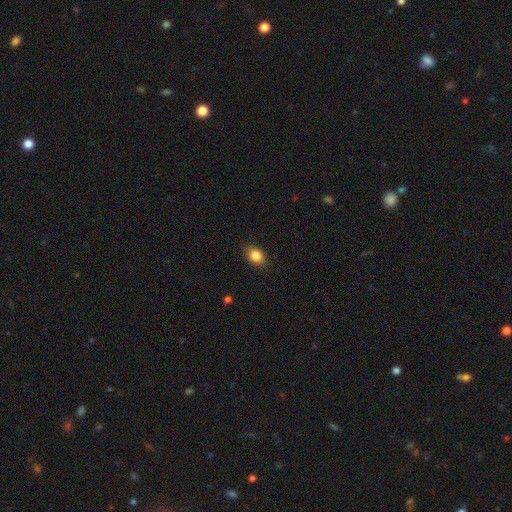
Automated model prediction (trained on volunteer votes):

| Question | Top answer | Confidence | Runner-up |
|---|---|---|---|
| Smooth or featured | smooth | 84% | star or artifact (9%) |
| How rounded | in between | 69% | round (30%) |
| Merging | none | 82% | minor disturbance (14%) |